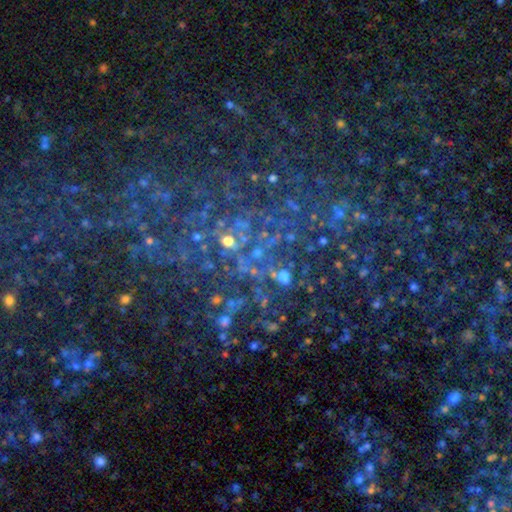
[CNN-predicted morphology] star or artifact 71%, featured or disk 15%, smooth 14%.